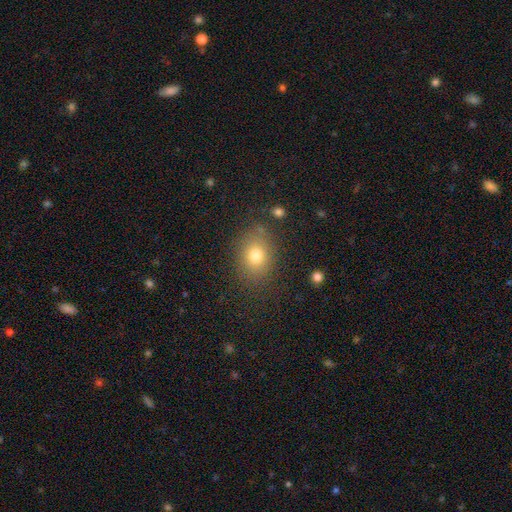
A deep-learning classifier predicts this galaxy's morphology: Q: Smooth or featured?
A: smooth (77%); runner-up: star or artifact (12%)
Q: How rounded?
A: in between (58%); runner-up: round (41%)
Q: Merging?
A: none (81%); runner-up: minor disturbance (12%)